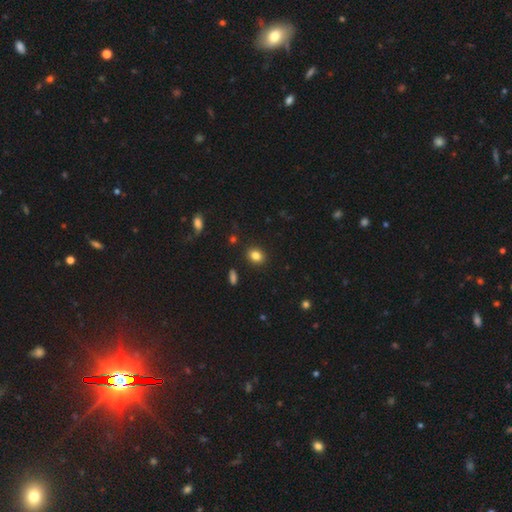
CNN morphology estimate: A smooth galaxy with no disk features (84%) that is in between round and cigar-shaped (53%).

Vote fractions:
- Smooth or featured? smooth: 84% / star or artifact: 10% / featured or disk: 6%
- How rounded? in between: 53% / round: 46% / cigar-shaped: 1%
- Merging? none: 89% / minor disturbance: 7% / major disturbance: 2% / merger: 2%